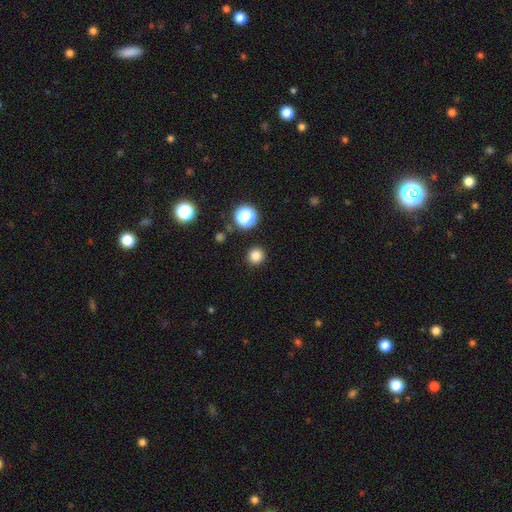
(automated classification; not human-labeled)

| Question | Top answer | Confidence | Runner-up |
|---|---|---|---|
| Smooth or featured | smooth | 82% | star or artifact (14%) |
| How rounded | round | 94% | in between (5%) |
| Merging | none | 92% | minor disturbance (5%) |